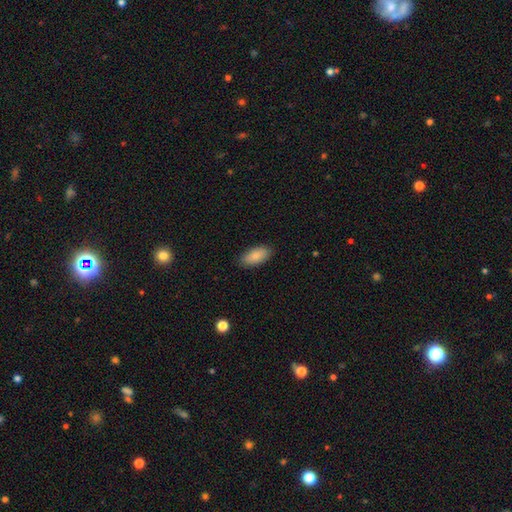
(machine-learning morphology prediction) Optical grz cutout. It shows a smooth galaxy with no disk features (85%) that is in between round and cigar-shaped (91%). Merging: none (88%).